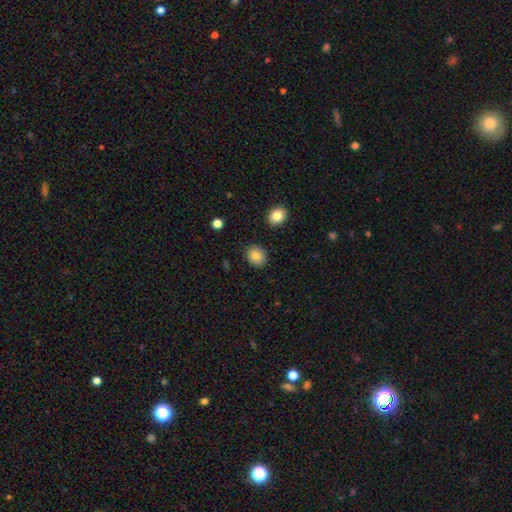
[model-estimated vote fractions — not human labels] smooth 85%, star or artifact 9%, featured or disk 6%. Down the decision tree: how rounded — round (69%); merging — none (88%).